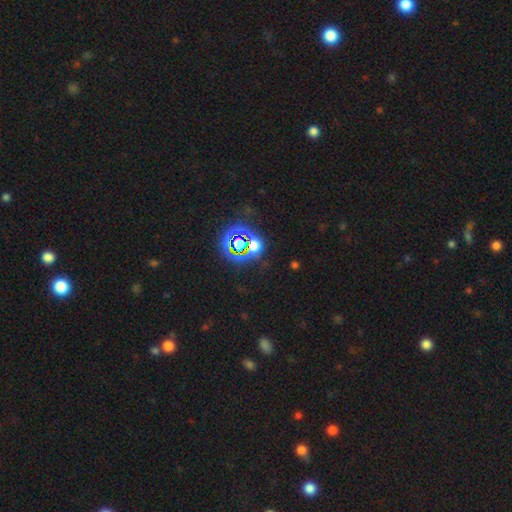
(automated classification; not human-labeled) Morphology: type=star or artifact (71%).